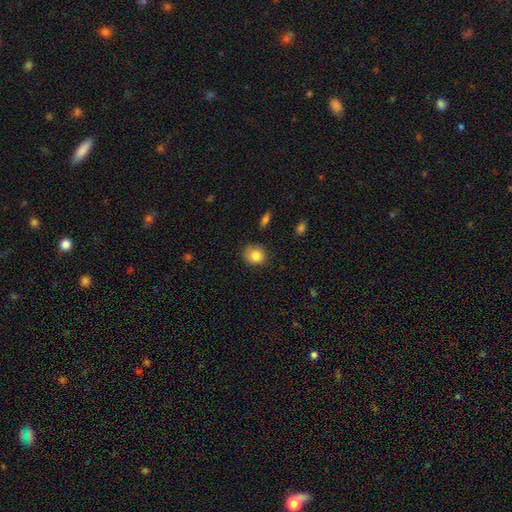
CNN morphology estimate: Overall: smooth (84%). How rounded: round (73%). Merging: none (78%).